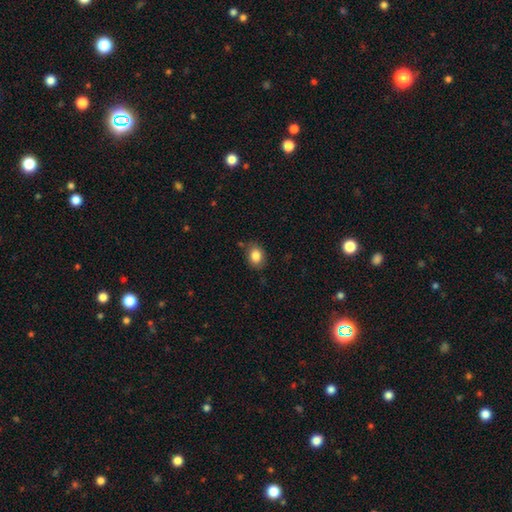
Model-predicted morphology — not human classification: smooth 85%, star or artifact 9%, featured or disk 7%. Down the decision tree: how rounded — in between (60%); merging — none (78%).